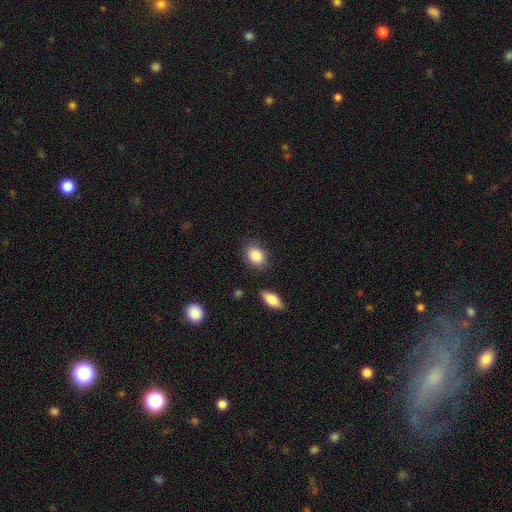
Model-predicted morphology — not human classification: smooth-or-featured: smooth: 87% | star or artifact: 7% | featured or disk: 6%
  how-rounded: in between: 76% | round: 22% | cigar-shaped: 2%
  merging: none: 81% | minor disturbance: 12% | merger: 4% | major disturbance: 3%